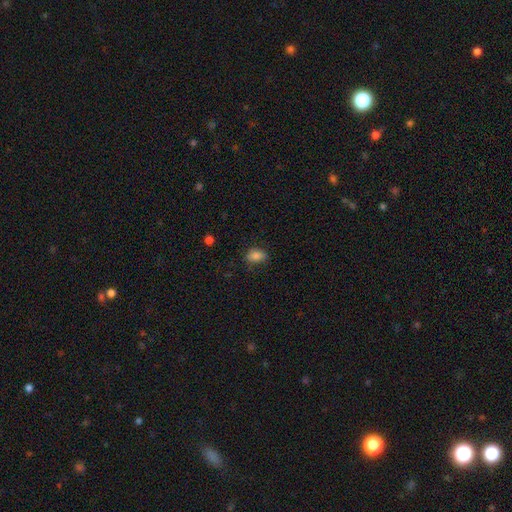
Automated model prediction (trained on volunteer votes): Smooth or featured?
  - smooth: 84% *
  - star or artifact: 9%
  - featured or disk: 6%
How rounded?
  - in between: 81% *
  - round: 18%
  - cigar-shaped: 2%
Merging?
  - none: 78% *
  - minor disturbance: 18%
  - major disturbance: 4%
  - merger: 1%